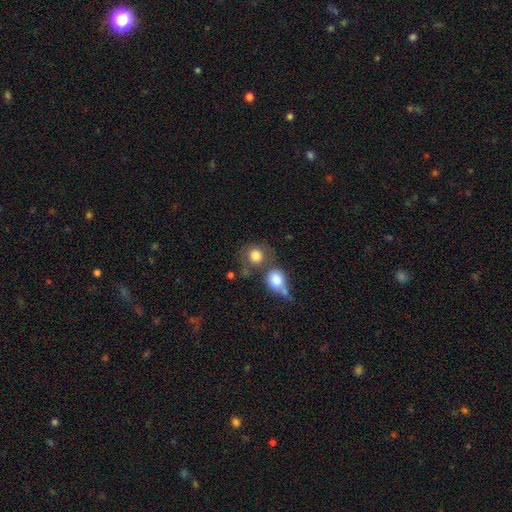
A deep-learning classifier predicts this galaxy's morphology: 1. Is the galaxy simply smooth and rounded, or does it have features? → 79% smooth, 12% featured or disk, 8% star or artifact.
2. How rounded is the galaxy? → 79% round, 20% in between, 1% cigar-shaped.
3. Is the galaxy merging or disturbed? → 44% none, 35% merger, 13% minor disturbance, 8% major disturbance.